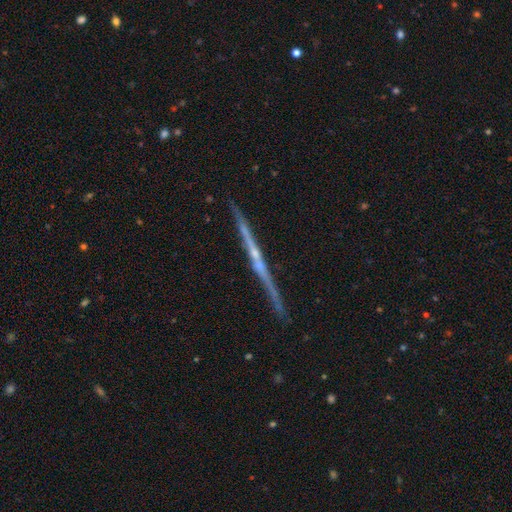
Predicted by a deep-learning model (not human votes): A featured or disk galaxy (79%) viewed edge-on (98%) with no central bulge (54%). Merging: none (89%).